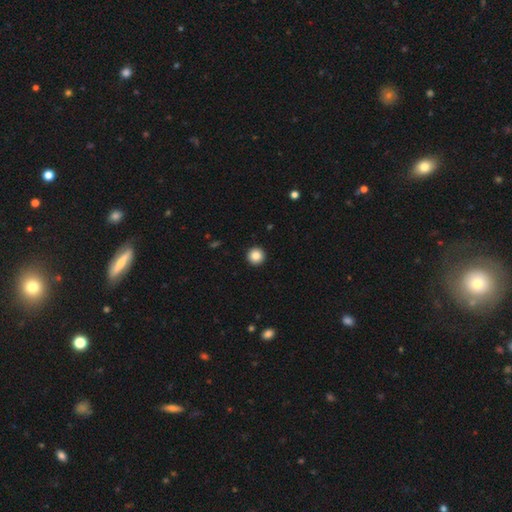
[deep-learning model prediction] A smooth galaxy with no disk features (86%) that is round (96%).

Vote fractions:
- Smooth or featured? smooth: 86% / star or artifact: 9% / featured or disk: 4%
- How rounded? round: 96% / in between: 3% / cigar-shaped: 1%
- Merging? none: 94% / minor disturbance: 4% / major disturbance: 1% / merger: 1%